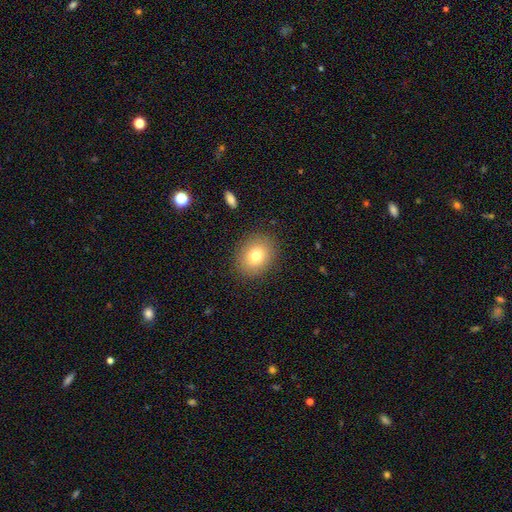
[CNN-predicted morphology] Overall: smooth (77%). How rounded: round (56%; in between 43%). Merging: none (87%).